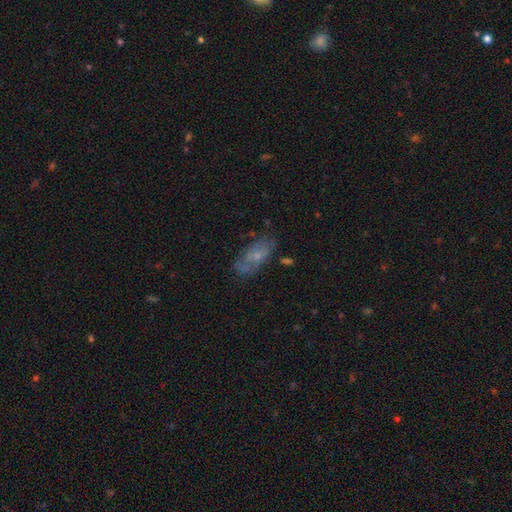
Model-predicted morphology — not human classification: A smooth galaxy with no disk features (48%). Merging: none (61%).